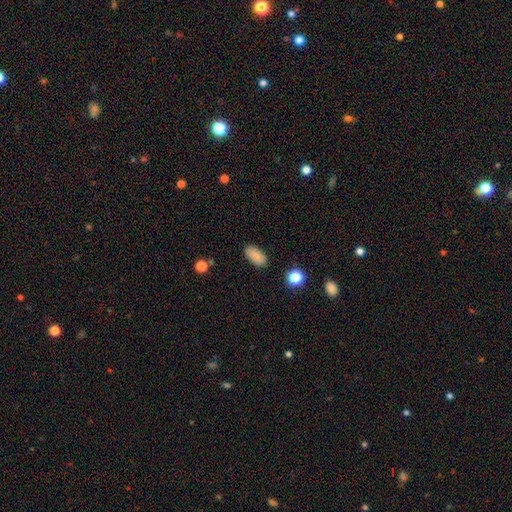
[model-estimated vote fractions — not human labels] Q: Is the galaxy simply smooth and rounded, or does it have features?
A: smooth — 87%.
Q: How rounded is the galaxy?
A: in between — 93%.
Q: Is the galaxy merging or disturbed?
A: none — 88%.